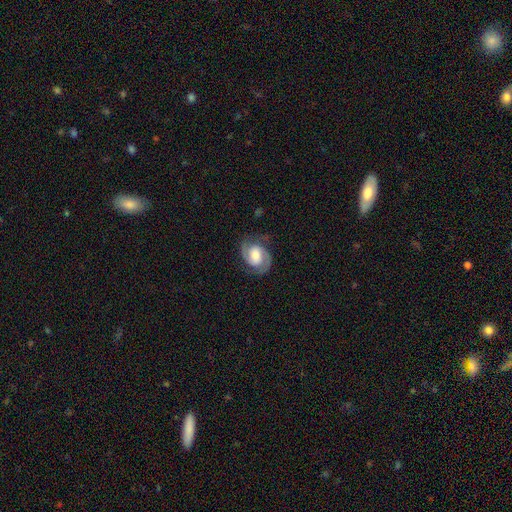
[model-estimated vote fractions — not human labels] Morphology: type=featured or disk (83%); edge-on=no (98%); bar=no (44%); spiral arms=yes (96%); winding=medium (48%); arm count=2 (92%); bulge=moderate (48%); merging=none (77%).